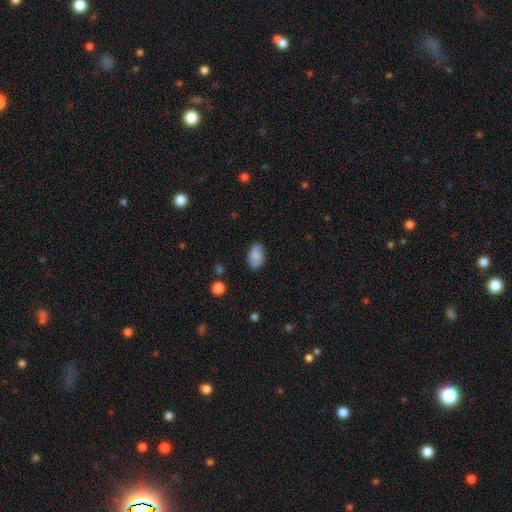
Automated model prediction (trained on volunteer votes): Morphology: type=smooth (86%); roundness=in between (90%); merging=none (82%).